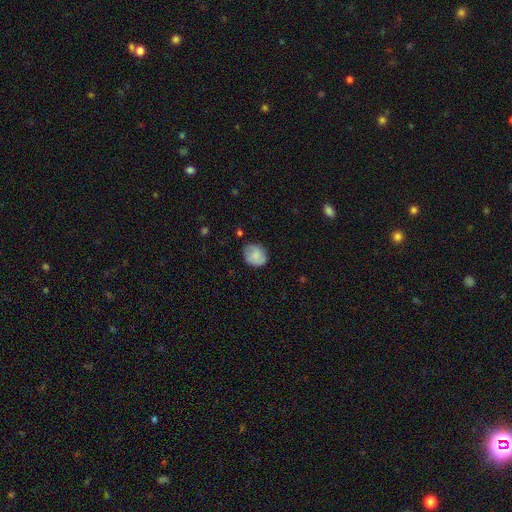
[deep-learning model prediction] Smooth or featured?
  - smooth: 79% *
  - featured or disk: 13%
  - star or artifact: 8%
How rounded?
  - round: 64% *
  - in between: 35%
  - cigar-shaped: 1%
Merging?
  - none: 73% *
  - minor disturbance: 20%
  - major disturbance: 5%
  - merger: 2%